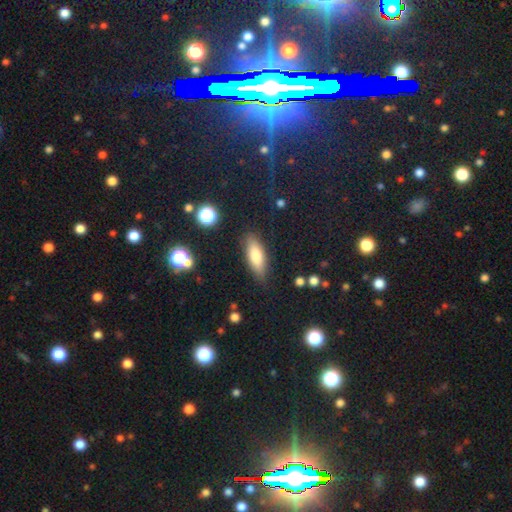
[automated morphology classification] A smooth galaxy with no disk features (71%) that is in between round and cigar-shaped (62%). Merging: none (82%).